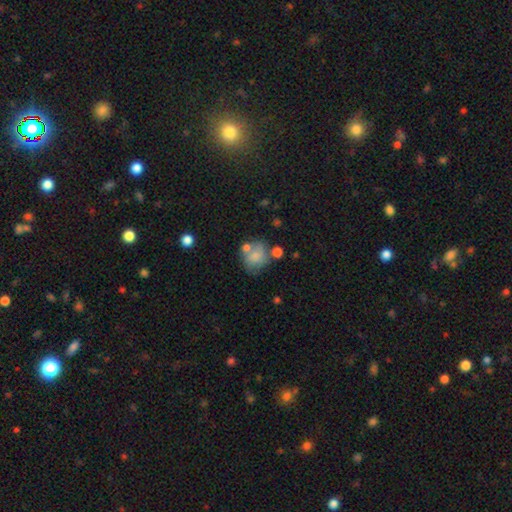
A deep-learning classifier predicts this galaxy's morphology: A smooth galaxy with no disk features (66%) that is round (64%). Merging: none (44%).